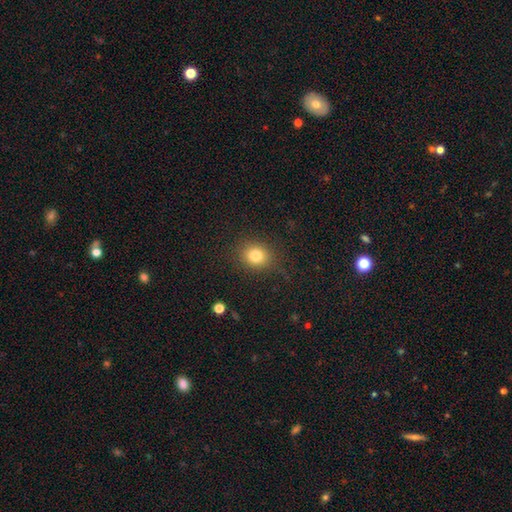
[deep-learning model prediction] Smooth or featured?
  - smooth: 81% *
  - star or artifact: 12%
  - featured or disk: 7%
How rounded?
  - round: 71% *
  - in between: 28%
  - cigar-shaped: 1%
Merging?
  - none: 84% *
  - minor disturbance: 11%
  - major disturbance: 4%
  - merger: 1%